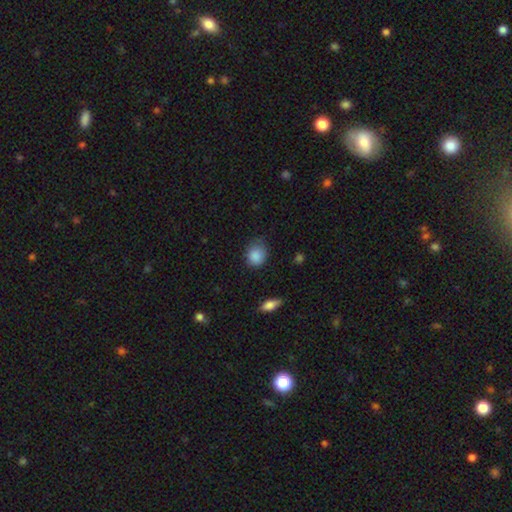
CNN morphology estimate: Smooth or featured? Predicted: smooth (p=0.87). How rounded? Predicted: round (p=0.60). Merging? Predicted: none (p=0.62).